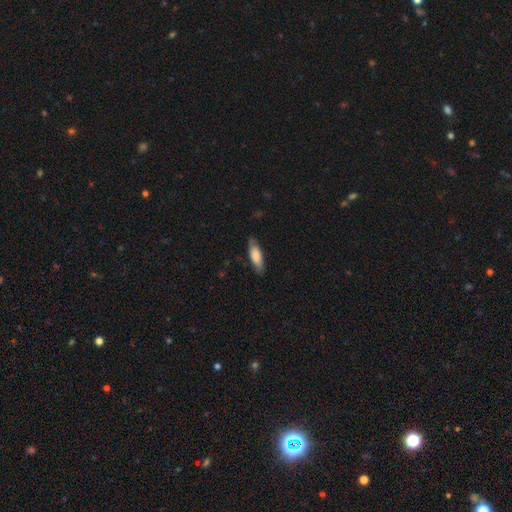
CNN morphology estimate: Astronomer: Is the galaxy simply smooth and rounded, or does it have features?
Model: smooth — 74%.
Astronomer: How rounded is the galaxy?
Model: in between — 53% (runner-up: cigar-shaped, 46%).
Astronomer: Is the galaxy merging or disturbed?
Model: none — 81%.